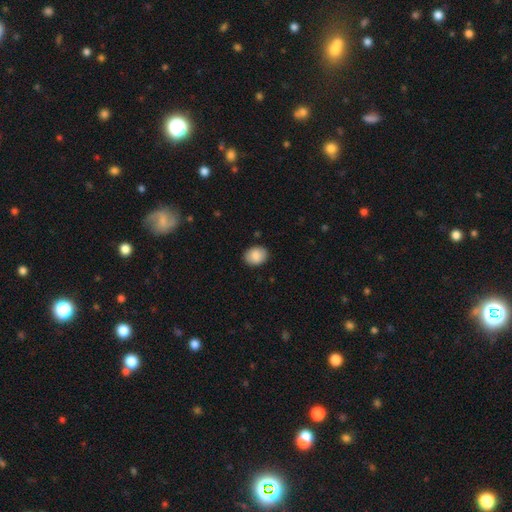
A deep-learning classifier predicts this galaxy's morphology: This is clearly a smooth galaxy (86%). How rounded: possibly round (51%). Merging: clearly none (87%).